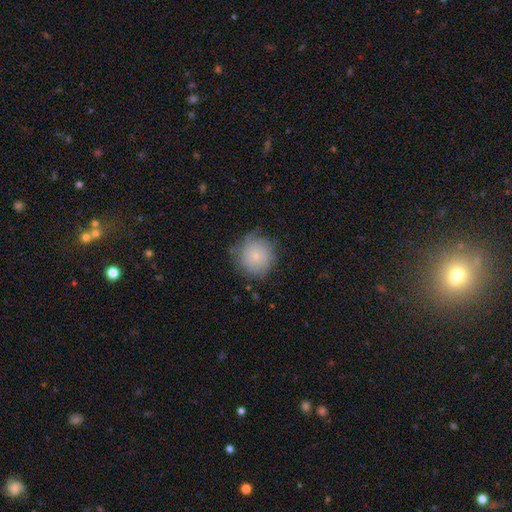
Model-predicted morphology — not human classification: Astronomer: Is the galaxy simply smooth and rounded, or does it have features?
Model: smooth — 71%.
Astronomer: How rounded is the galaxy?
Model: round — 91%.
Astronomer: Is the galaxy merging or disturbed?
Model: none — 71%.